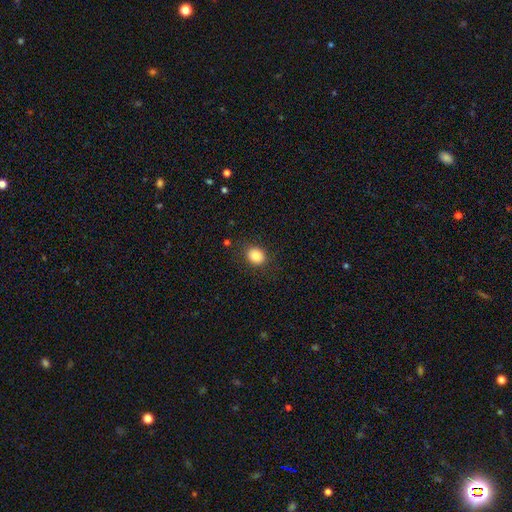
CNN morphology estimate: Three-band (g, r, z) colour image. It shows a smooth galaxy with no disk features (84%) that is round (61%). Merging: none (86%).